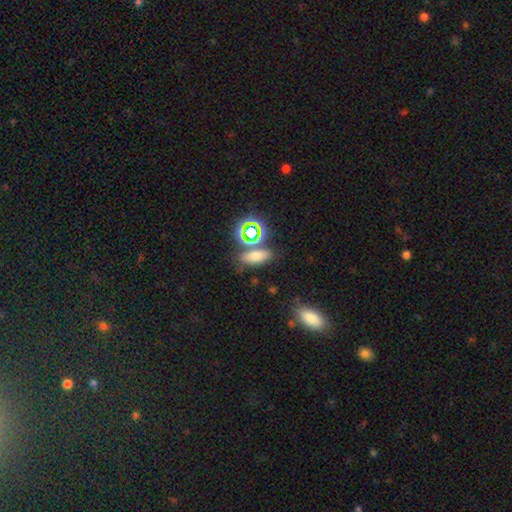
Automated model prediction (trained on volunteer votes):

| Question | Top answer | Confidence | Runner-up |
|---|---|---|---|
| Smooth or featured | smooth | 66% | star or artifact (23%) |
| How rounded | in between | 69% | cigar-shaped (18%) |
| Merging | none | 72% | merger (12%) |